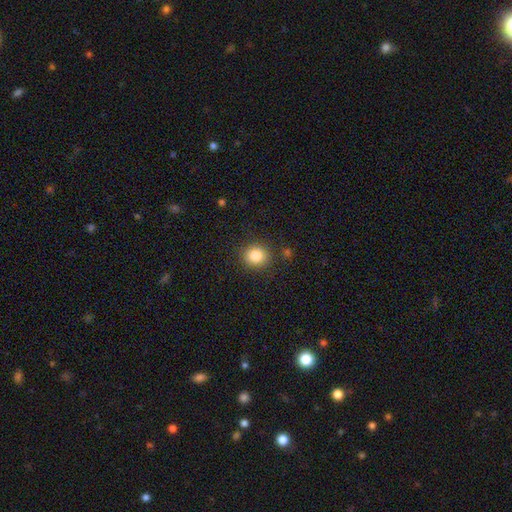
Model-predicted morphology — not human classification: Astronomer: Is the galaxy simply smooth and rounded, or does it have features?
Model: smooth — 84%.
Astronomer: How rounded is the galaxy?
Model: round — 87%.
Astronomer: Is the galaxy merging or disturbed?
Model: none — 88%.